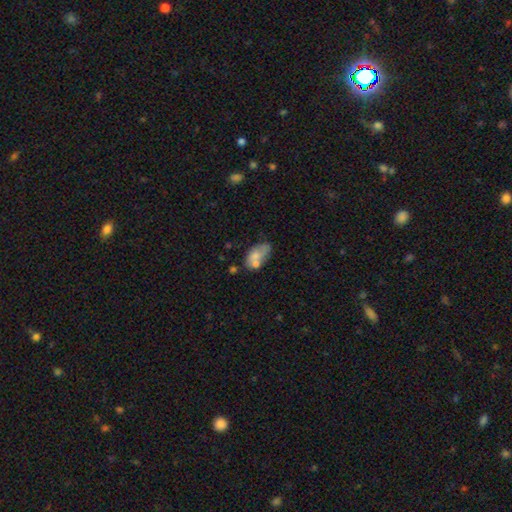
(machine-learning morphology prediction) Smooth or featured: smooth — 60% (featured or disk — 31%)
How rounded: in between — 91% (round — 7%)
Merging: none — 39% (merger — 27%)